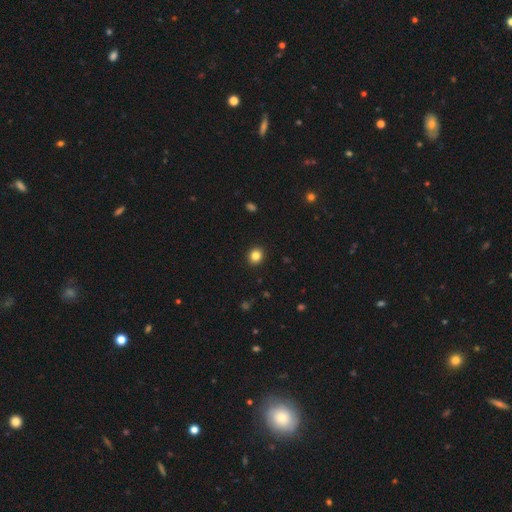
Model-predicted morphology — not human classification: smooth-or-featured: smooth: 84% | star or artifact: 11% | featured or disk: 5%
  how-rounded: round: 79% | in between: 20% | cigar-shaped: 1%
  merging: none: 92% | minor disturbance: 5% | major disturbance: 2% | merger: 1%